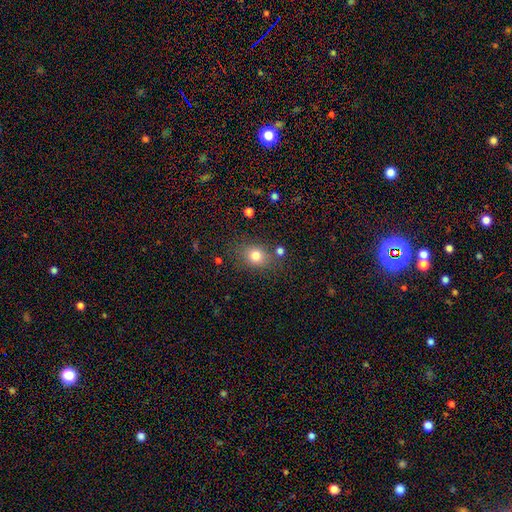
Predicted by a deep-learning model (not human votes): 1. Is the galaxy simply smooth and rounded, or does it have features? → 79% smooth, 13% star or artifact, 9% featured or disk.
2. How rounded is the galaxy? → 58% round, 41% in between, 1% cigar-shaped.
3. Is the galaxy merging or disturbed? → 76% none, 13% minor disturbance, 6% merger, 5% major disturbance.